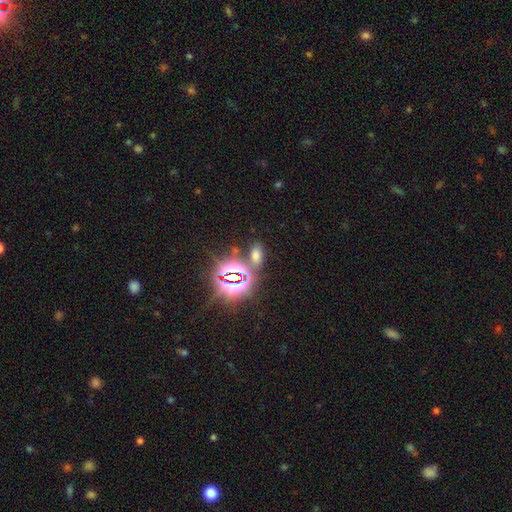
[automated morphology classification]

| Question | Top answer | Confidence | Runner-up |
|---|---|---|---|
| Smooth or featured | smooth | 53% | star or artifact (40%) |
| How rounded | in between | 86% | round (10%) |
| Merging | none | 74% | merger (11%) |